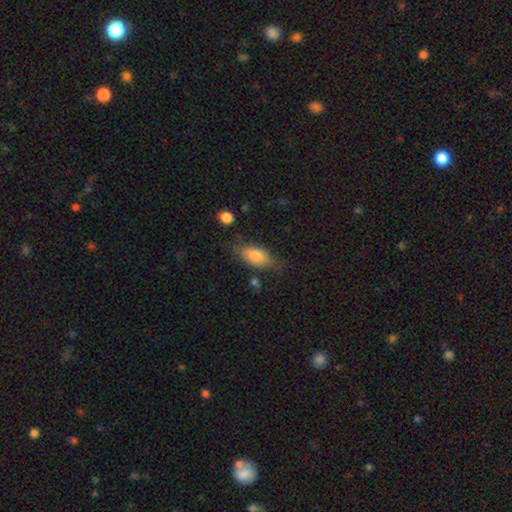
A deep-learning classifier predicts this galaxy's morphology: Overall: smooth (74%). How rounded: in between (81%). Merging: none (66%).